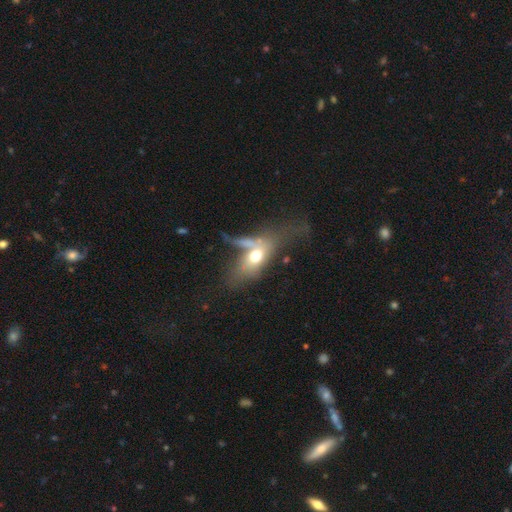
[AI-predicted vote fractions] Morphology: type=smooth (59%); roundness=in between (77%); merging=major disturbance (30%).